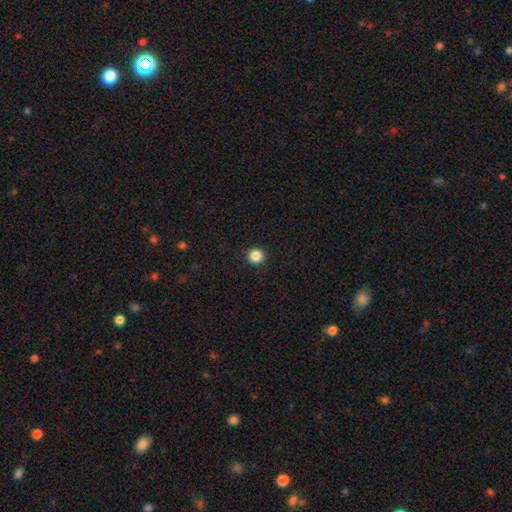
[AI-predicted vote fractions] A smooth galaxy with no disk features (86%) that is round (96%). Merging: none (93%).